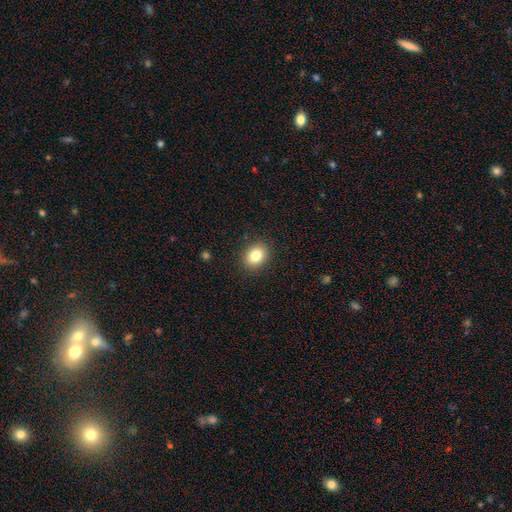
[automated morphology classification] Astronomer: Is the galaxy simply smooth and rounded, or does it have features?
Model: smooth — 83%.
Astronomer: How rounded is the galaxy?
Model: round — 50%, tied with in between at 50%.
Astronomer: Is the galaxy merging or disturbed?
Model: none — 89%.